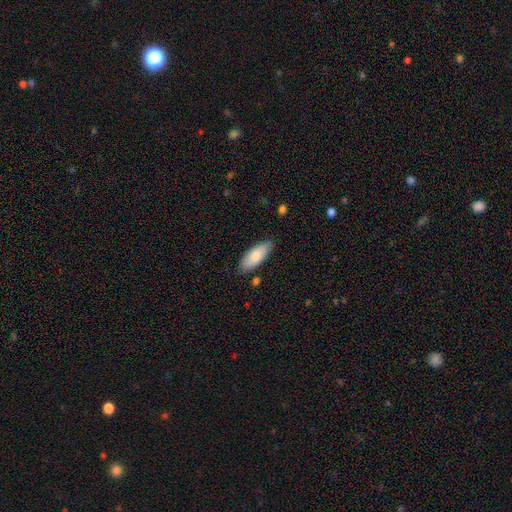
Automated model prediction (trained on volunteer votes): smooth-or-featured: smooth: 81% | featured or disk: 13% | star or artifact: 6%
  how-rounded: in between: 80% | cigar-shaped: 19% | round: 2%
  merging: none: 83% | minor disturbance: 13% | major disturbance: 2% | merger: 2%